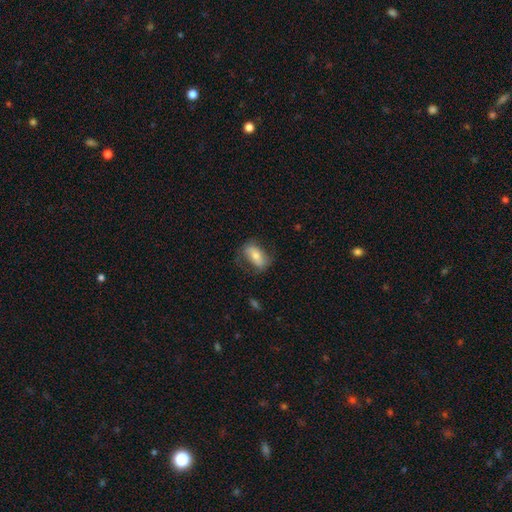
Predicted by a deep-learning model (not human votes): Smooth or featured: smooth — 63% (featured or disk — 30%)
How rounded: in between — 87% (round — 7%)
Merging: none — 64% (minor disturbance — 22%)